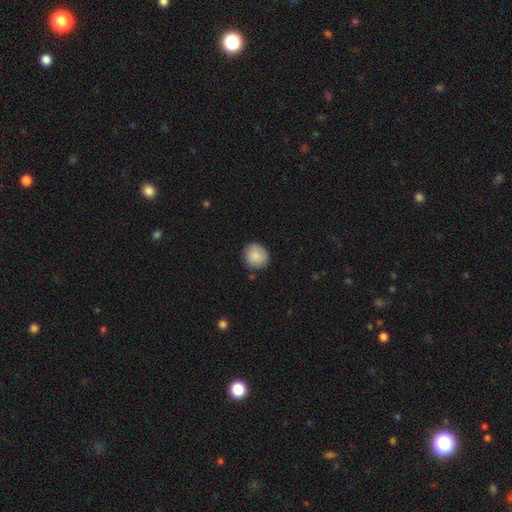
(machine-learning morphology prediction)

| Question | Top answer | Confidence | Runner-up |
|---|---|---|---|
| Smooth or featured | smooth | 87% | star or artifact (7%) |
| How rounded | round | 86% | in between (13%) |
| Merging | none | 84% | minor disturbance (12%) |